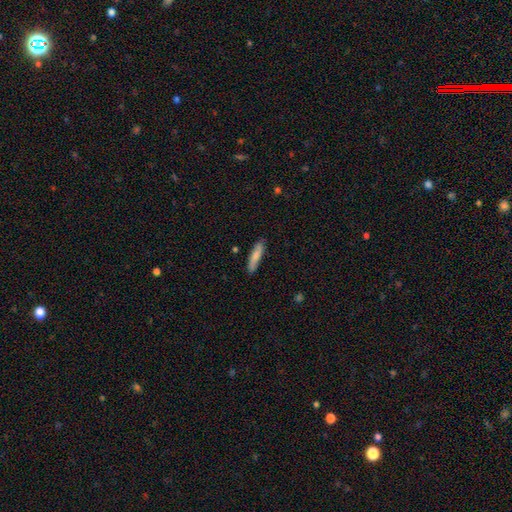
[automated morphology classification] type=smooth (78%); roundness=cigar-shaped (80%); merging=none (85%).